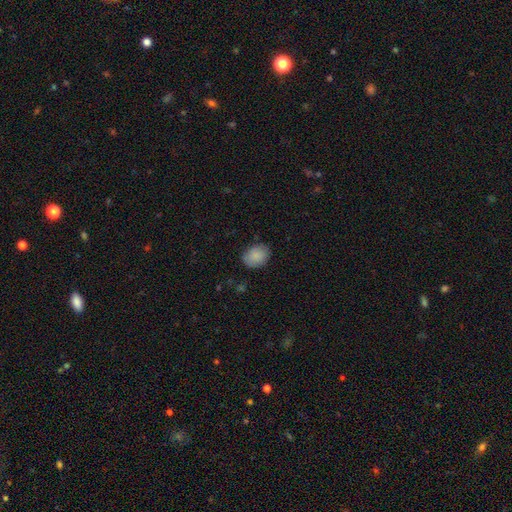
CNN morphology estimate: The model was most divided on "how rounded": in between: 63%, round: 36%, cigar-shaped: 1%. More confident: smooth or featured — smooth (87%); merging — none (81%).